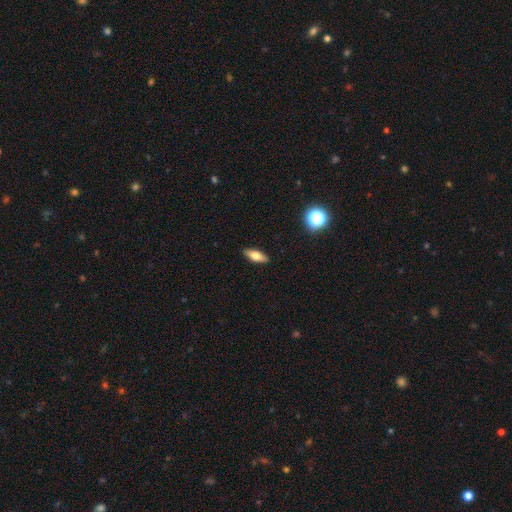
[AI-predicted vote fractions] A smooth galaxy with no disk features (61%) that is in between round and cigar-shaped (65%).

Vote fractions:
- Smooth or featured? smooth: 61% / featured or disk: 32% / star or artifact: 7%
- How rounded? in between: 65% / cigar-shaped: 31% / round: 4%
- Merging? none: 90% / minor disturbance: 7% / major disturbance: 2% / merger: 1%